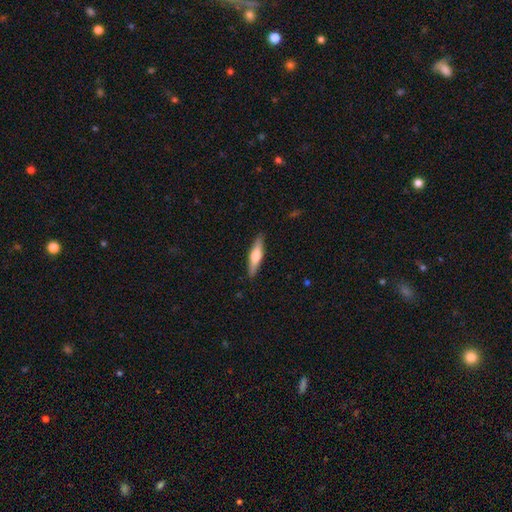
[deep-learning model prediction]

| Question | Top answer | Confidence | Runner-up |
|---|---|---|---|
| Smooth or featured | smooth | 51% | featured or disk (44%) |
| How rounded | cigar-shaped | 77% | in between (21%) |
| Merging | none | 89% | minor disturbance (8%) |